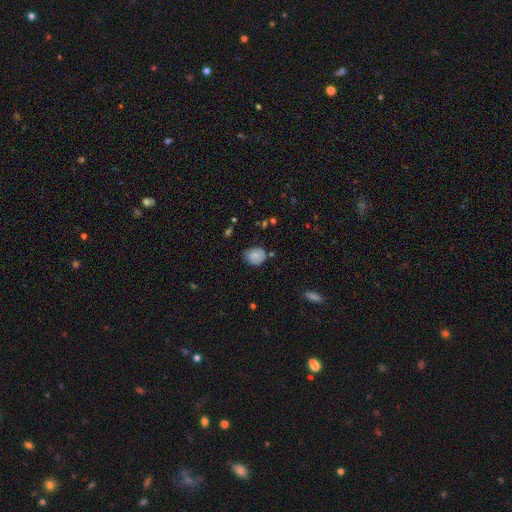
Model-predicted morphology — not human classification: Smooth or featured: smooth — 65% (featured or disk — 26%)
How rounded: round — 68% (in between — 31%)
Merging: none — 70% (minor disturbance — 23%)